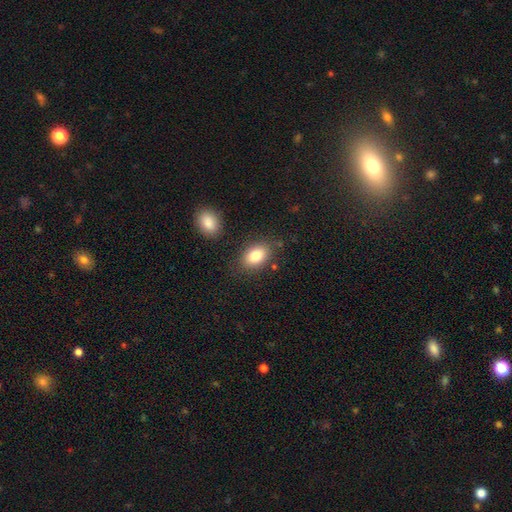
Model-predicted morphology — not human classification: This appears to be a smooth galaxy with no disk features (83%) that is in between round and cigar-shaped (84%). Merging: none (79%).